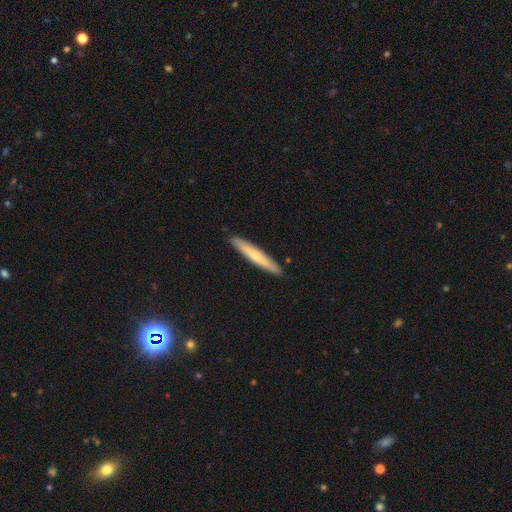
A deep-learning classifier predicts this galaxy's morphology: smooth_or_featured: smooth (p=0.54) [alt: featured or disk p=0.41]
how_rounded: cigar-shaped (p=0.94) [alt: in between p=0.05]
merging: none (p=0.91) [alt: minor disturbance p=0.07]